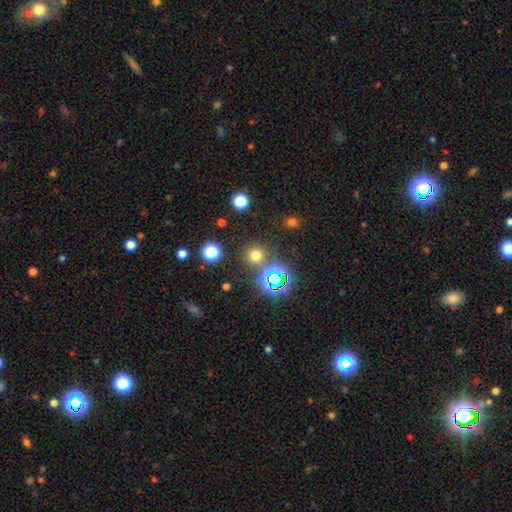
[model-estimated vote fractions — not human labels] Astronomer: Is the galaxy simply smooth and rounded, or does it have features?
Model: smooth — 63%.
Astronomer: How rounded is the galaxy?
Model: round — 92%.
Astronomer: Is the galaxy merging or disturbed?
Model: none — 80%.